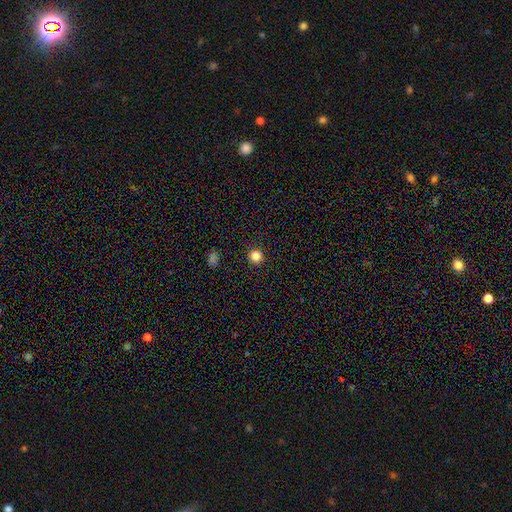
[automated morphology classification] This is clearly a smooth galaxy (84%). How rounded: clearly round (94%). Merging: clearly none (93%).